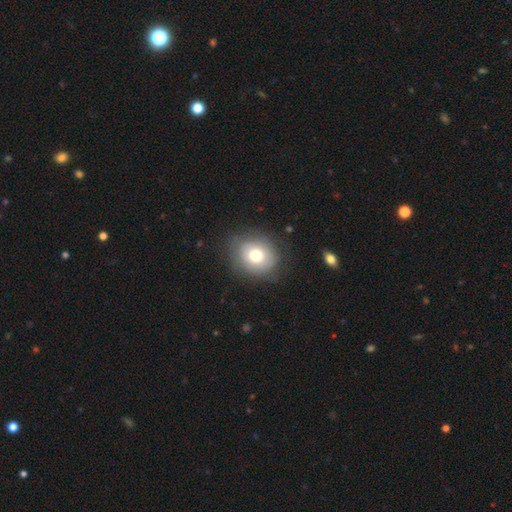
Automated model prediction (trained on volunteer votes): The model was most divided on "how rounded": round: 68%, in between: 31%, cigar-shaped: 1%. More confident: merging — none (78%); smooth or featured — smooth (73%).